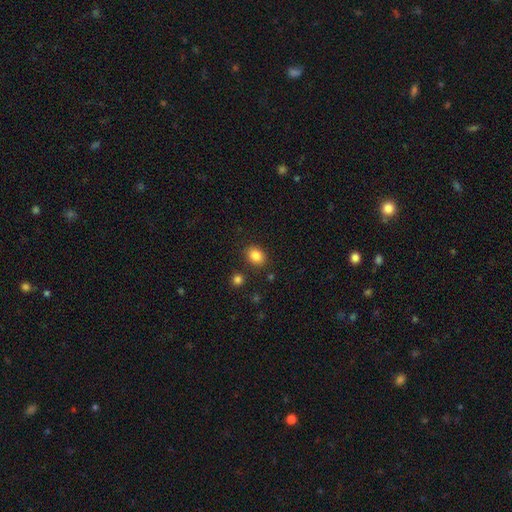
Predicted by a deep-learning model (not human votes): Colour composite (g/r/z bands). It shows a smooth galaxy with no disk features (86%) that is in between round and cigar-shaped (56%). Merging: none (85%).